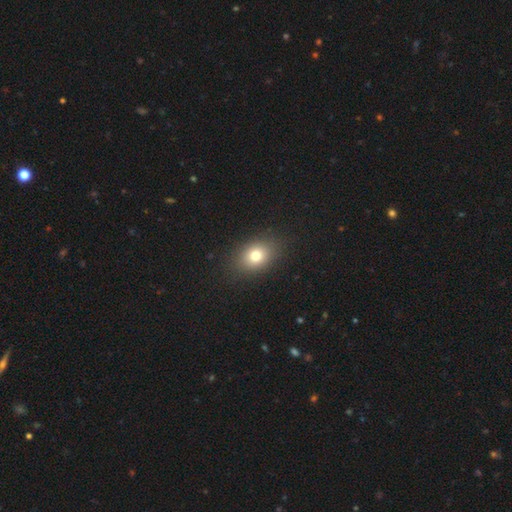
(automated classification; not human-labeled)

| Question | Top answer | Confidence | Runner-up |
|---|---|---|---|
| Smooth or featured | smooth | 77% | star or artifact (12%) |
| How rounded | in between | 63% | round (35%) |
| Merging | none | 87% | minor disturbance (9%) |